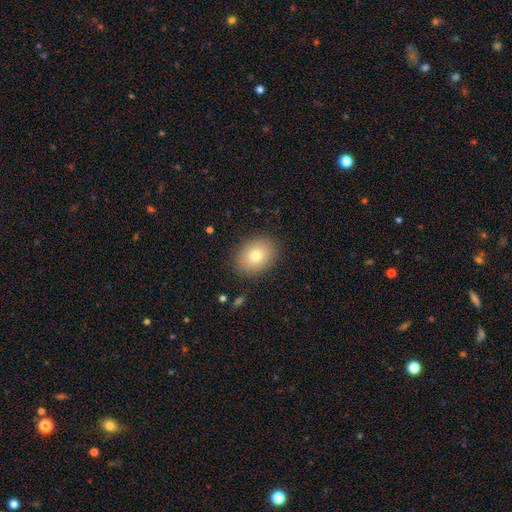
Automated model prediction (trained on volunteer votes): Smooth or featured? Predicted: smooth (p=0.76). How rounded? Predicted: in between (p=0.62). Merging? Predicted: none (p=0.86).